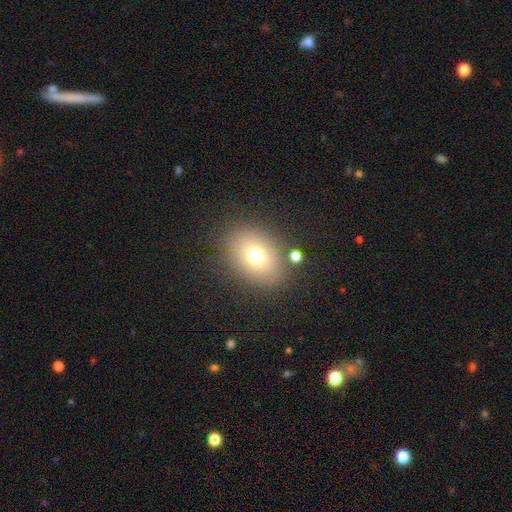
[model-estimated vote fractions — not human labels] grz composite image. It shows a smooth galaxy with no disk features (71%) that is in between round and cigar-shaped (55%). Merging: none (79%).